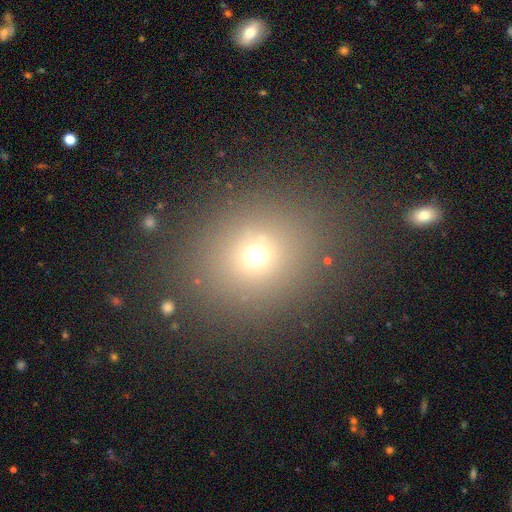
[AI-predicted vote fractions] Smooth or featured? Predicted: smooth (p=0.66). How rounded? Predicted: round (p=0.74). Merging? Predicted: none (p=0.84).